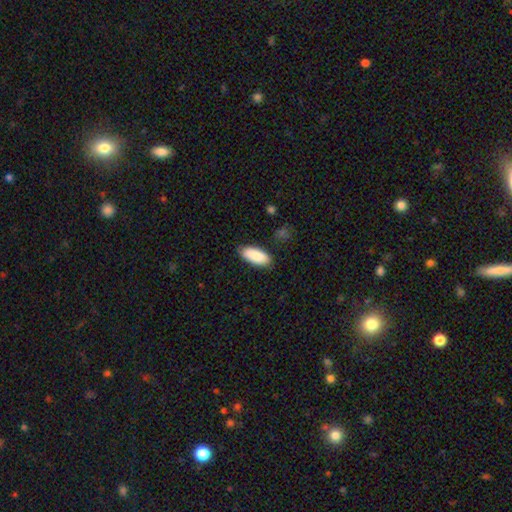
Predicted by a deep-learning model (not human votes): Overall: smooth (89%). How rounded: in between (86%). Merging: none (85%).